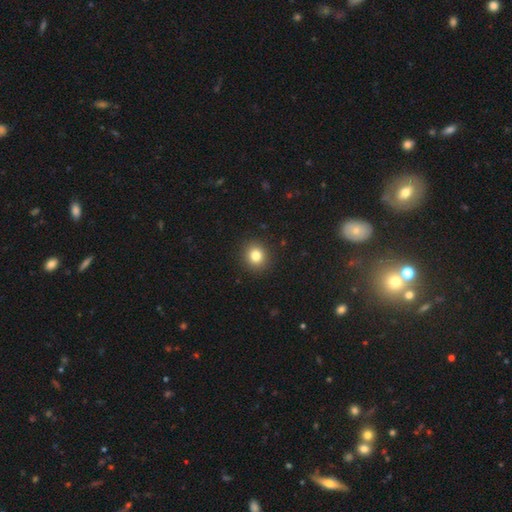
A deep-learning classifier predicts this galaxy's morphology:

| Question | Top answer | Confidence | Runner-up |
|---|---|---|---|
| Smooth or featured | smooth | 81% | star or artifact (12%) |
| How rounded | round | 86% | in between (13%) |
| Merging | none | 91% | minor disturbance (6%) |